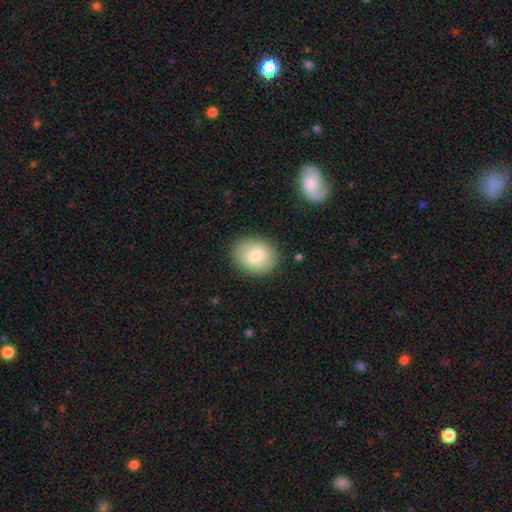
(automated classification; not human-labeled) Q: Smooth or featured?
A: smooth (78%); runner-up: featured or disk (14%)
Q: How rounded?
A: round (56%); runner-up: in between (43%)
Q: Merging?
A: none (87%); runner-up: minor disturbance (9%)